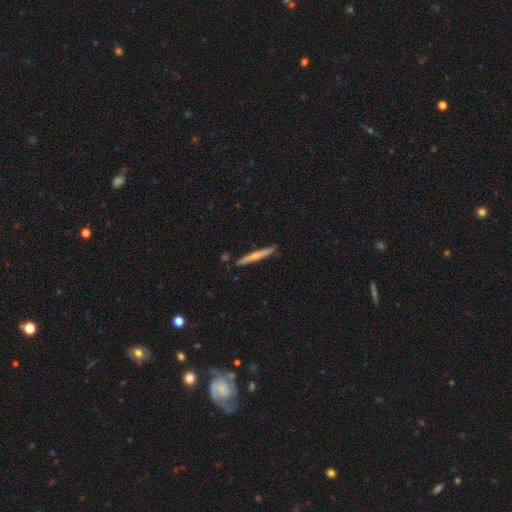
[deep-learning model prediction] This appears to be a smooth galaxy with no disk features (54%) that is cigar-shaped (96%). Merging: none (87%).